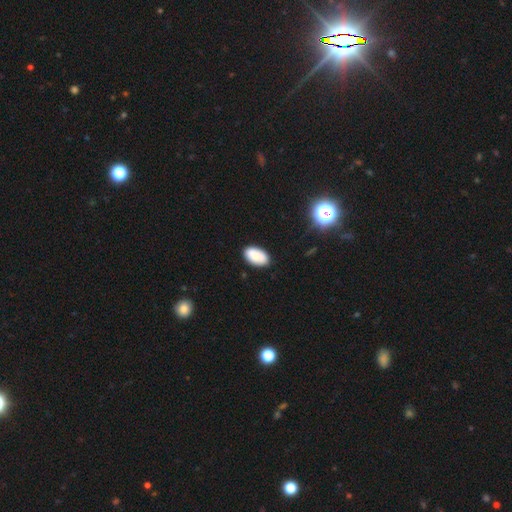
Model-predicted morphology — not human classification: This appears to be a smooth galaxy with no disk features (81%) that is in between round and cigar-shaped (94%). Merging: none (83%).